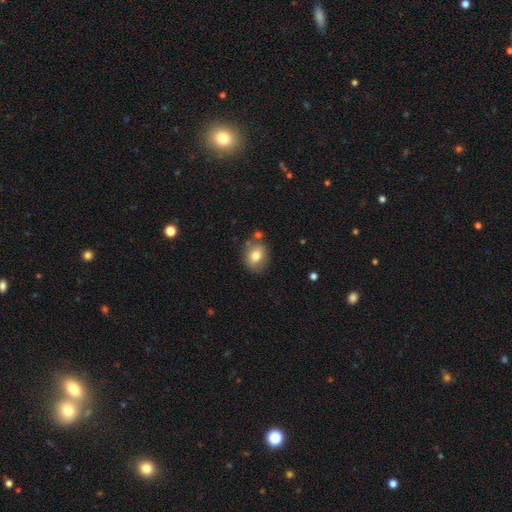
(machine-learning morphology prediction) This appears to be a smooth galaxy with no disk features (78%) that is round (53%). Merging: none (73%).